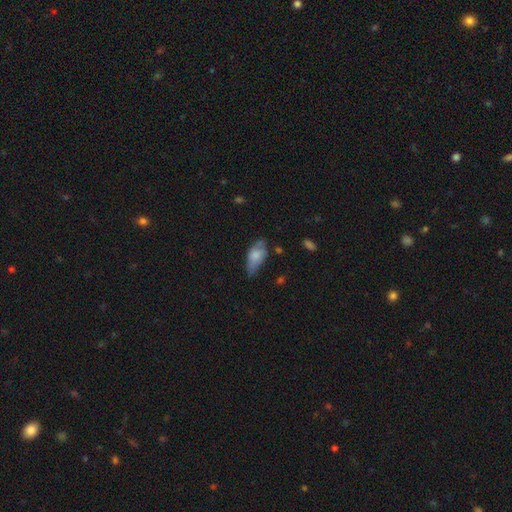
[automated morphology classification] A smooth galaxy with no disk features (71%) that is in between round and cigar-shaped (88%). Merging: none (44%).